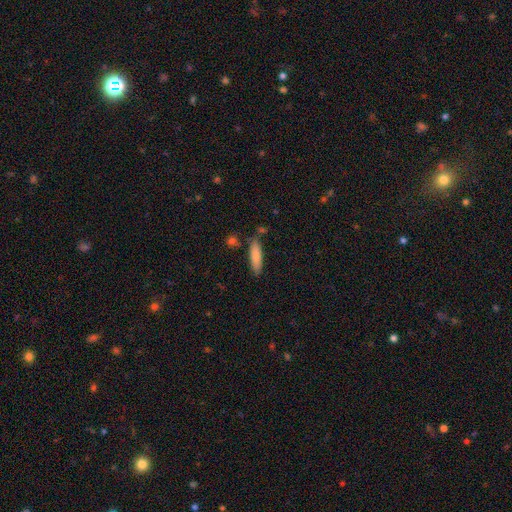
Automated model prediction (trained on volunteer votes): The model was most divided on "how rounded": cigar-shaped: 70%, in between: 28%, round: 2%. More confident: smooth or featured — smooth (82%); merging — none (79%).